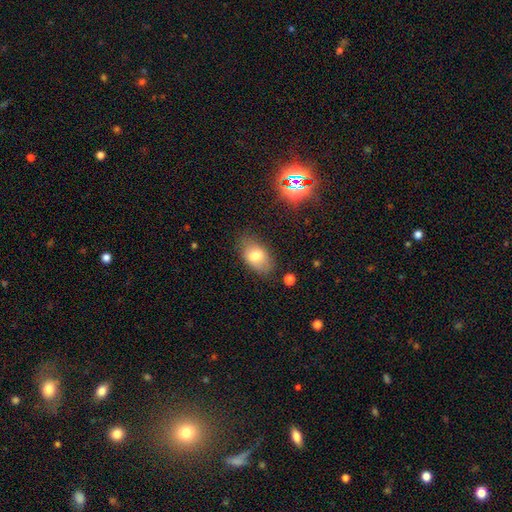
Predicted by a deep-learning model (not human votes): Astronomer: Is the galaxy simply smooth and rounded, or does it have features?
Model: smooth — 74%.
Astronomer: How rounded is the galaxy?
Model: in between — 90%.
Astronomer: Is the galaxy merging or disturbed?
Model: none — 78%.